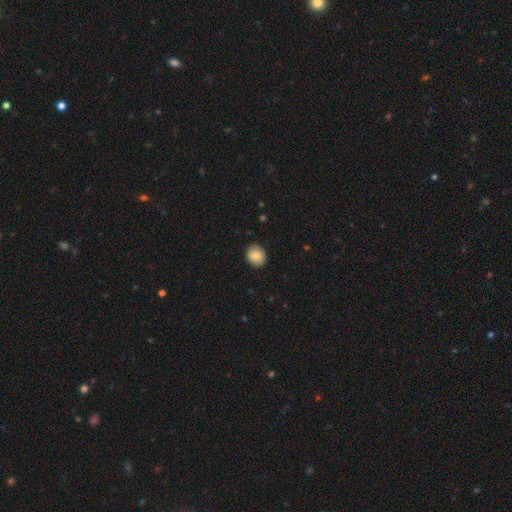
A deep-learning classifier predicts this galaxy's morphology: This appears to be a smooth galaxy with no disk features (84%) that is round (80%). Merging: none (89%).